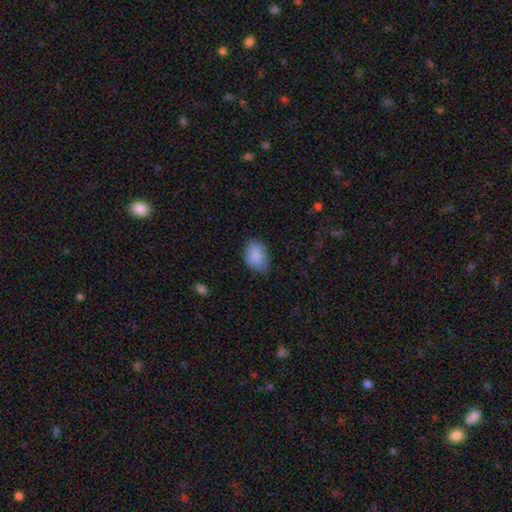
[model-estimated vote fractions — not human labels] Morphology: type=smooth (87%); roundness=in between (83%); merging=none (64%).